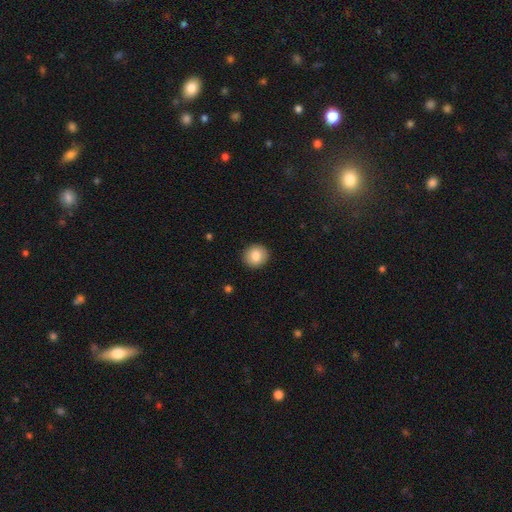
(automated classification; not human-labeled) Smooth or featured?
  - smooth: 84% *
  - star or artifact: 8%
  - featured or disk: 8%
How rounded?
  - round: 84% *
  - in between: 15%
  - cigar-shaped: 1%
Merging?
  - none: 91% *
  - minor disturbance: 6%
  - major disturbance: 2%
  - merger: 1%